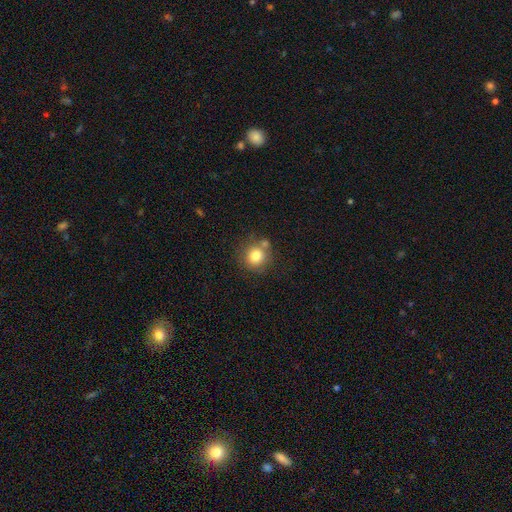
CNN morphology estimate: smooth-or-featured: smooth: 81% | star or artifact: 10% | featured or disk: 9%
  how-rounded: round: 89% | in between: 10% | cigar-shaped: 1%
  merging: none: 69% | merger: 16% | minor disturbance: 12% | major disturbance: 4%